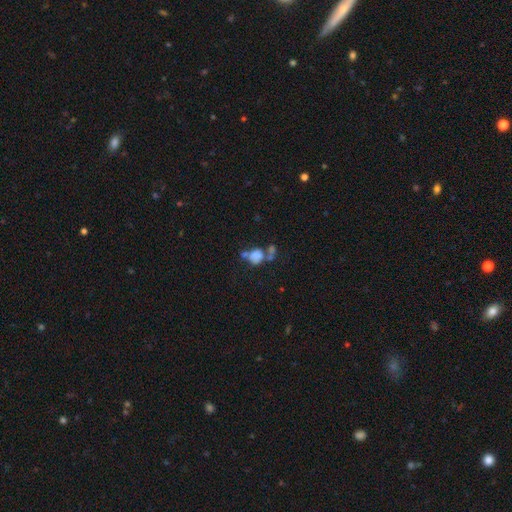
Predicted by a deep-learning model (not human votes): A smooth galaxy with no disk features (67%) that is round (55%).

Vote fractions:
- Smooth or featured? smooth: 67% / featured or disk: 19% / star or artifact: 14%
- How rounded? round: 55% / in between: 43% / cigar-shaped: 2%
- Merging? merger: 47% / none: 29% / minor disturbance: 13% / major disturbance: 12%